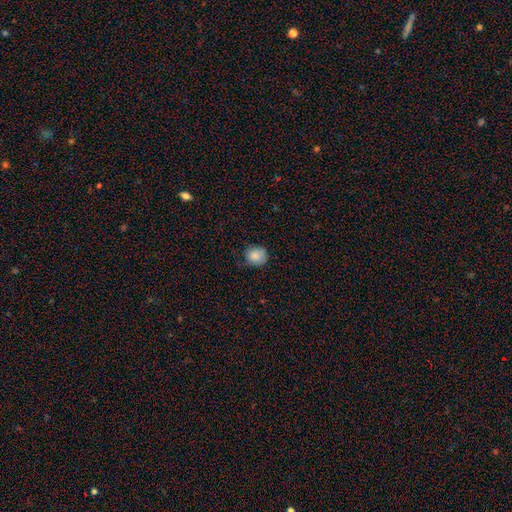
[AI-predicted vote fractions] Smooth or featured? Predicted: smooth (p=0.84). How rounded? Predicted: round (p=0.78). Merging? Predicted: none (p=0.67).